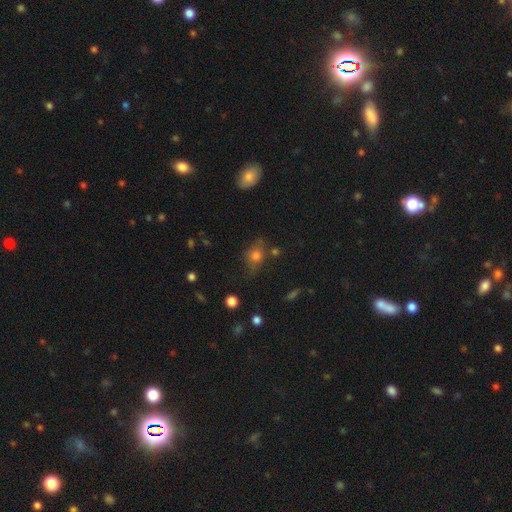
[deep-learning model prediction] smooth_or_featured: smooth (p=0.69) [alt: featured or disk p=0.16]
how_rounded: round (p=0.56) [alt: in between p=0.42]
merging: none (p=0.60) [alt: minor disturbance p=0.24]